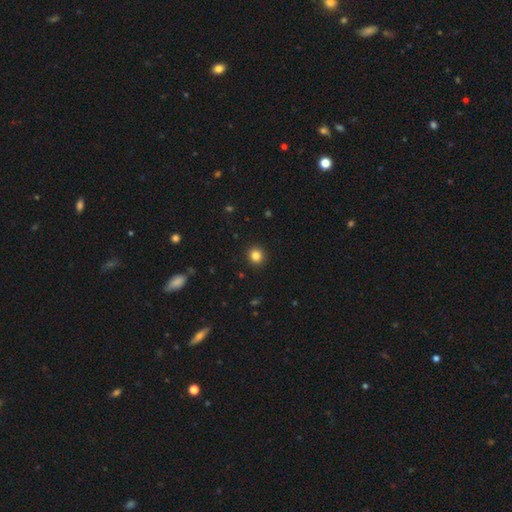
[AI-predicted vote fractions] The model was most divided on "smooth or featured": smooth: 83%, star or artifact: 12%, featured or disk: 5%. More confident: merging — none (92%); how rounded — round (90%).